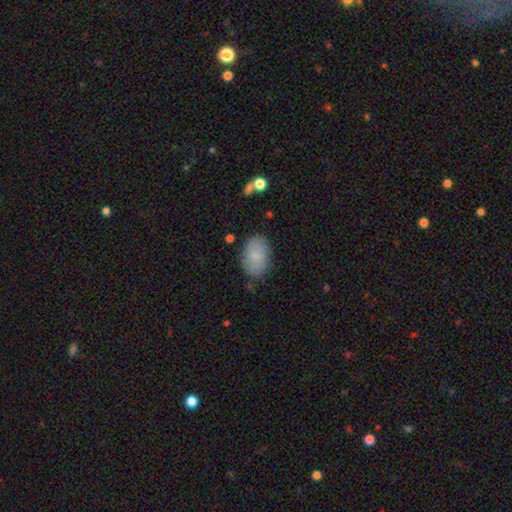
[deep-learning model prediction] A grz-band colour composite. It shows a smooth galaxy with no disk features (79%) that is in between round and cigar-shaped (89%). Merging: none (81%).